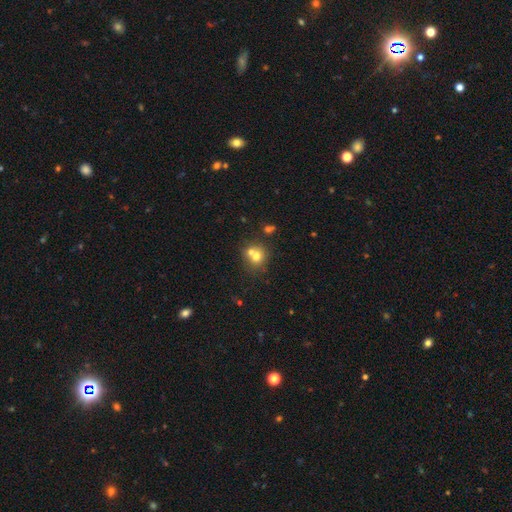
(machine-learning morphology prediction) Smooth or featured: smooth — 68% (featured or disk — 18%)
How rounded: round — 80% (in between — 19%)
Merging: merger — 50% (none — 40%)